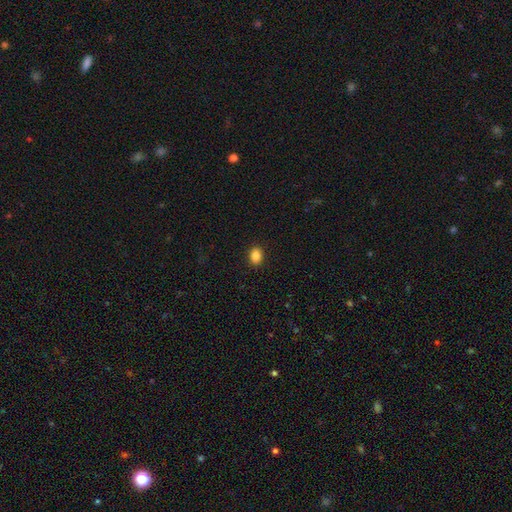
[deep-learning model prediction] This appears to be a smooth galaxy with no disk features (86%) that is in between round and cigar-shaped (58%). Merging: none (91%).